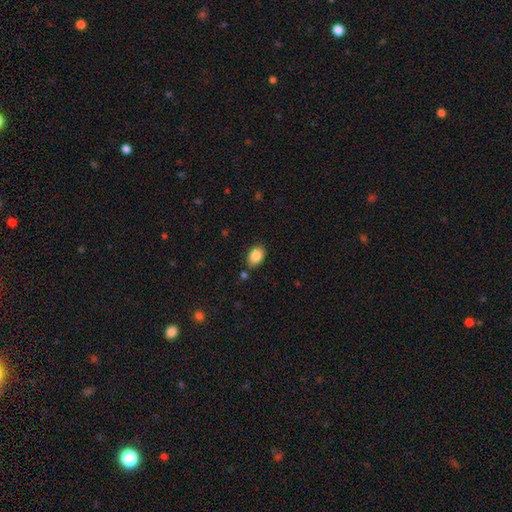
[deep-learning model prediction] smooth 87%, star or artifact 8%, featured or disk 5%. Down the decision tree: how rounded — in between (80%); merging — none (78%).